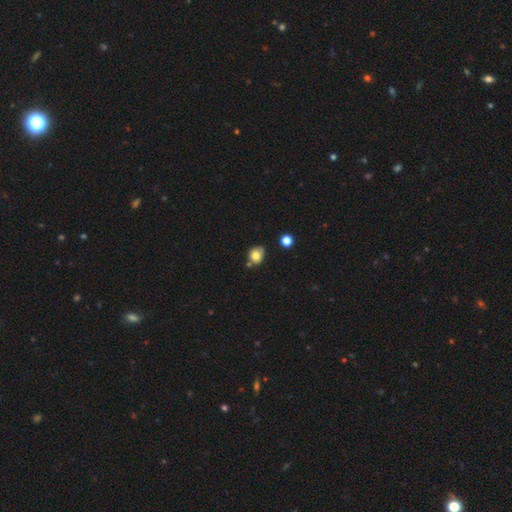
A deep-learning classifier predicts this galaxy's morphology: This is likely a smooth galaxy (80%). How rounded: likely round (66%). Merging: likely none (62%).